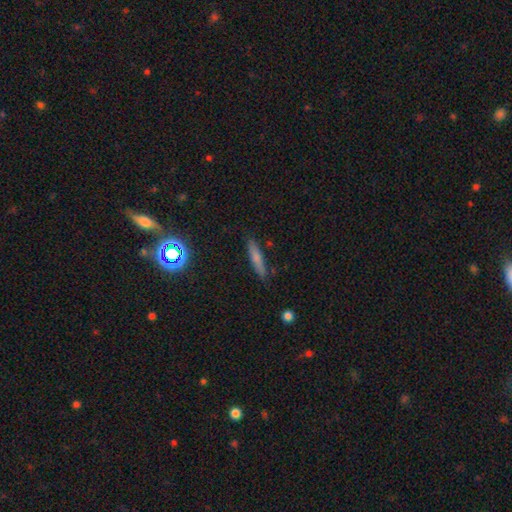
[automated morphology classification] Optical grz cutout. It shows a smooth galaxy with no disk features (66%) that is cigar-shaped (87%). Merging: none (85%).